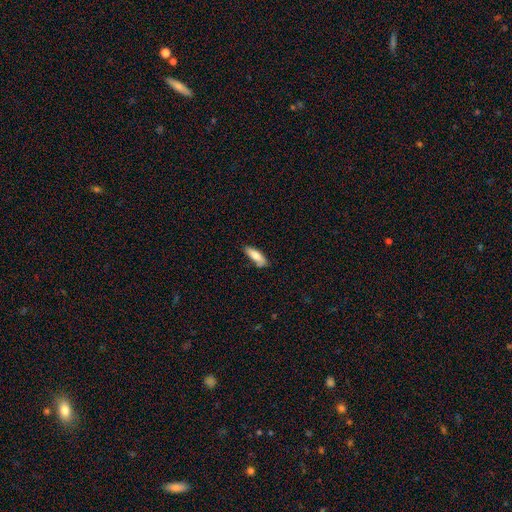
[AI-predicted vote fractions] smooth-or-featured: smooth: 77% | featured or disk: 17% | star or artifact: 6%
  how-rounded: in between: 59% | cigar-shaped: 39% | round: 2%
  merging: none: 64% | minor disturbance: 25% | major disturbance: 6% | merger: 5%